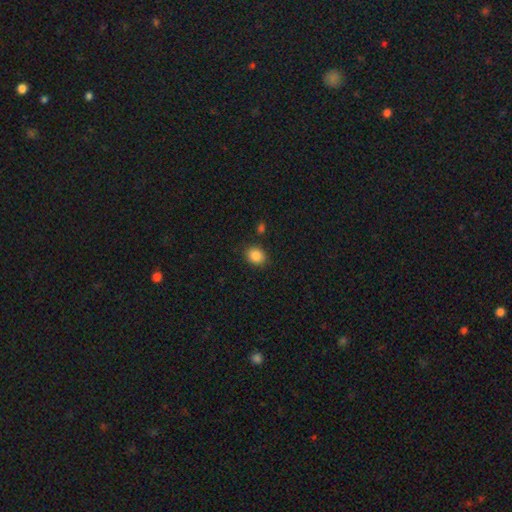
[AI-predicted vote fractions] smooth_or_featured: smooth (p=0.86) [alt: star or artifact p=0.09]
how_rounded: round (p=0.53) [alt: in between p=0.46]
merging: none (p=0.86) [alt: minor disturbance p=0.09]